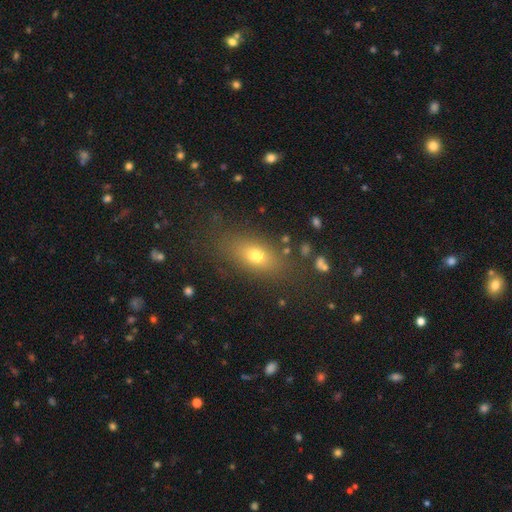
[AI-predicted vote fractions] Morphology: type=smooth (69%); roundness=in between (72%); merging=none (81%).